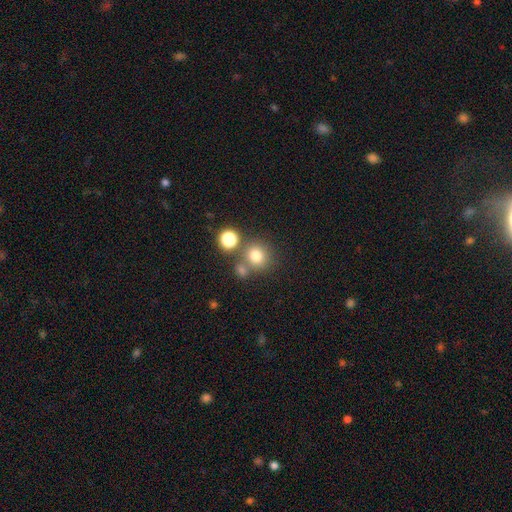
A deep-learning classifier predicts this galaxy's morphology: smooth-or-featured: smooth: 75% | star or artifact: 17% | featured or disk: 8%
  how-rounded: round: 88% | in between: 11% | cigar-shaped: 1%
  merging: none: 68% | merger: 19% | minor disturbance: 9% | major disturbance: 4%